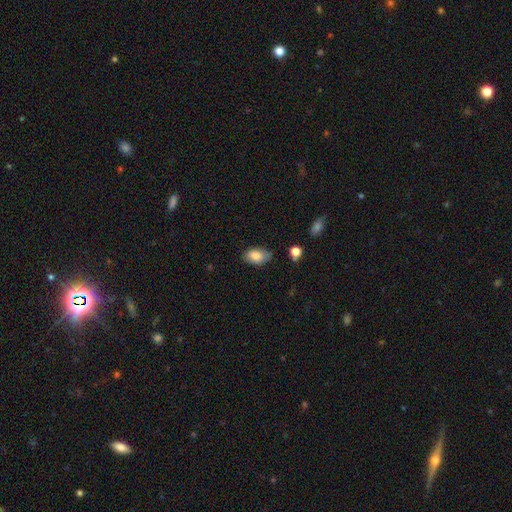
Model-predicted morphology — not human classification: Smooth or featured?
  - smooth: 81% *
  - featured or disk: 11%
  - star or artifact: 8%
How rounded?
  - in between: 91% *
  - round: 7%
  - cigar-shaped: 2%
Merging?
  - none: 76% *
  - minor disturbance: 19%
  - major disturbance: 3%
  - merger: 2%